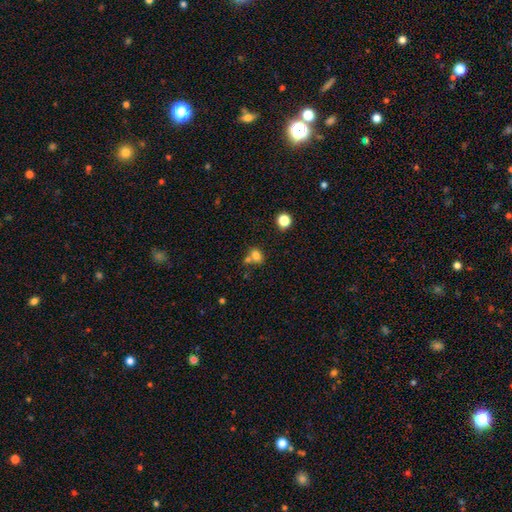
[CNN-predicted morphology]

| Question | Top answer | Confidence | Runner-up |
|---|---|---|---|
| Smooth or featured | smooth | 78% | star or artifact (13%) |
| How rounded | in between | 65% | round (33%) |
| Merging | none | 47% | merger (36%) |